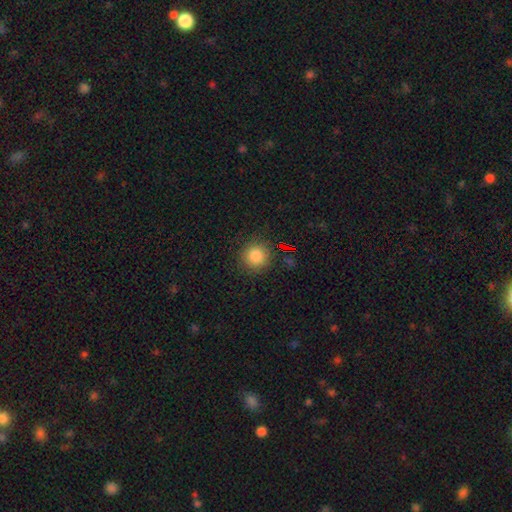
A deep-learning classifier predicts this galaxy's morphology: Smooth or featured?
  - smooth: 82% *
  - star or artifact: 13%
  - featured or disk: 5%
How rounded?
  - round: 93% *
  - in between: 6%
  - cigar-shaped: 1%
Merging?
  - none: 87% *
  - minor disturbance: 8%
  - major disturbance: 3%
  - merger: 2%